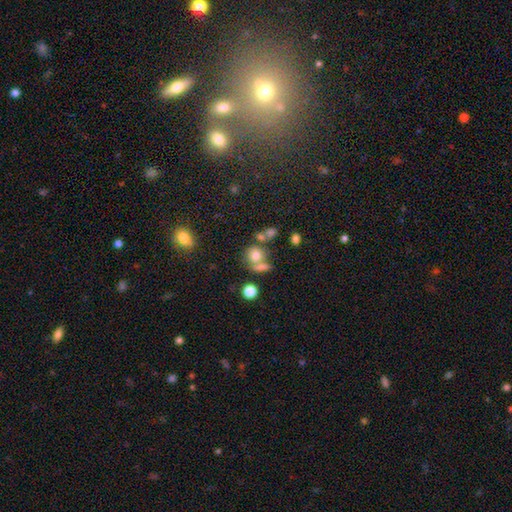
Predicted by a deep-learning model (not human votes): Smooth or featured? Predicted: smooth (p=0.73). How rounded? Predicted: round (p=0.74). Merging? Predicted: none (p=0.44).